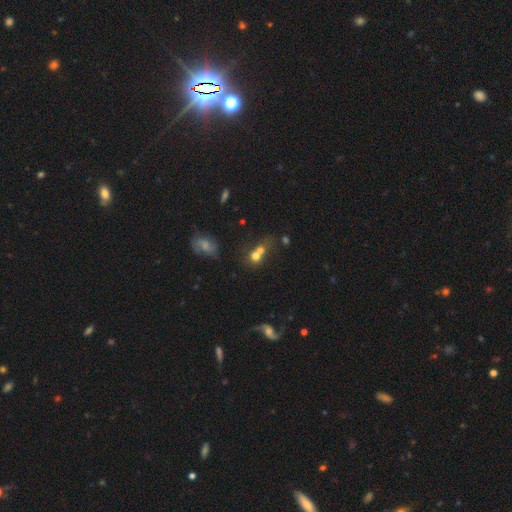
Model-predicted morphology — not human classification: Smooth or featured? Predicted: smooth (p=0.64). How rounded? Predicted: round (p=0.75). Merging? Predicted: merger (p=0.59).